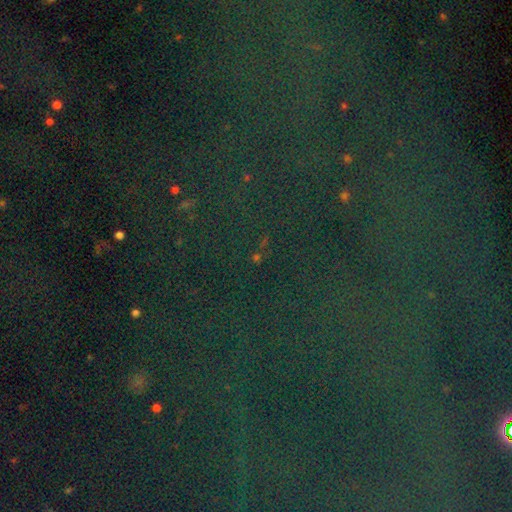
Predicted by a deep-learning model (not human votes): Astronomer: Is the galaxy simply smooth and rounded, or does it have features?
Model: star or artifact — 80%.